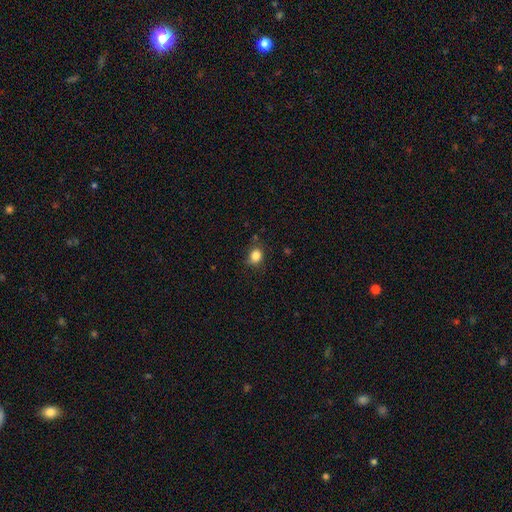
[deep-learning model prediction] A smooth galaxy with no disk features (84%) that is round (62%). Merging: none (76%).